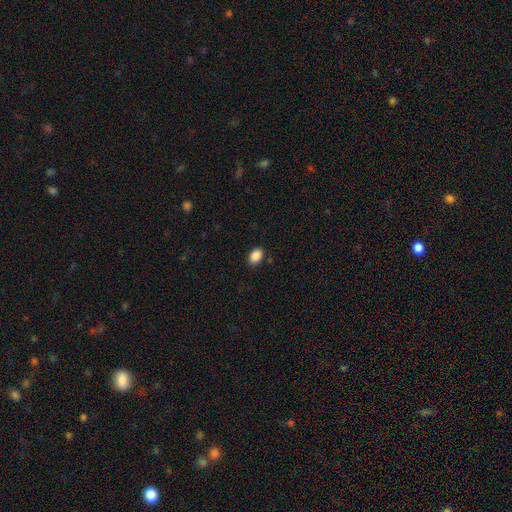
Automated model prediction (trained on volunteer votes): smooth_or_featured: smooth (p=0.88) [alt: star or artifact p=0.08]
how_rounded: in between (p=0.82) [alt: round p=0.17]
merging: none (p=0.87) [alt: minor disturbance p=0.10]